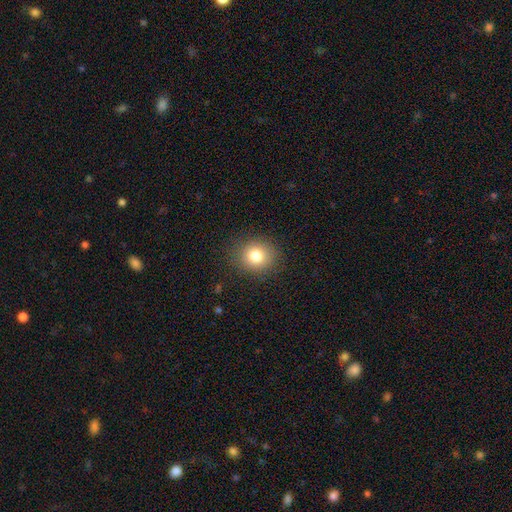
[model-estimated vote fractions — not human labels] A smooth galaxy with no disk features (80%) that is round (77%).

Vote fractions:
- Smooth or featured? smooth: 80% / star or artifact: 11% / featured or disk: 9%
- How rounded? round: 77% / in between: 22% / cigar-shaped: 1%
- Merging? none: 87% / minor disturbance: 8% / major disturbance: 3% / merger: 1%